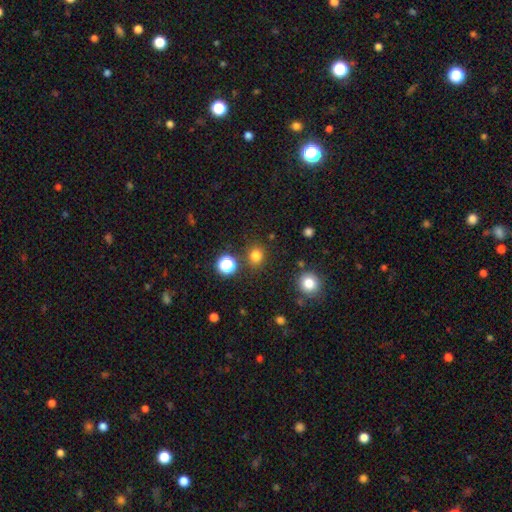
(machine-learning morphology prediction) Q: Smooth or featured?
A: smooth (78%); runner-up: star or artifact (18%)
Q: How rounded?
A: round (84%); runner-up: in between (15%)
Q: Merging?
A: none (85%); runner-up: minor disturbance (8%)